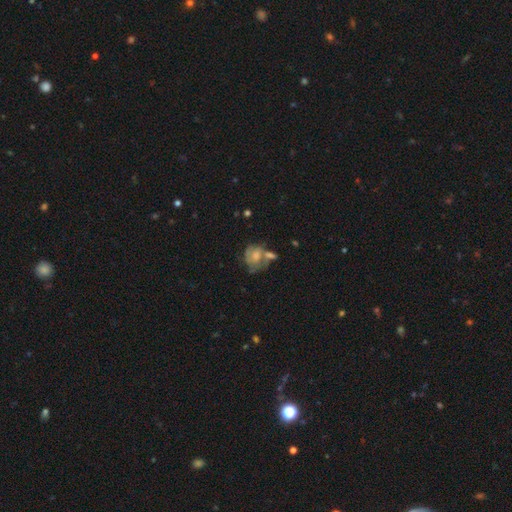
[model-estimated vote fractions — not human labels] Smooth or featured? Predicted: featured or disk (p=0.46). Merging? Predicted: merger (p=0.34).